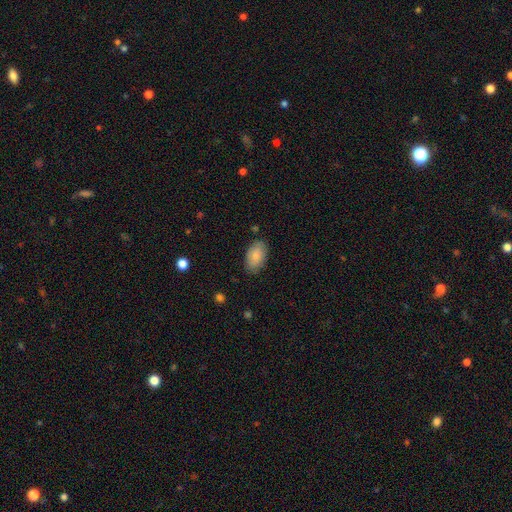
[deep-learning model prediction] Smooth or featured: smooth — 83% (featured or disk — 11%)
How rounded: in between — 94% (round — 5%)
Merging: none — 82% (minor disturbance — 14%)